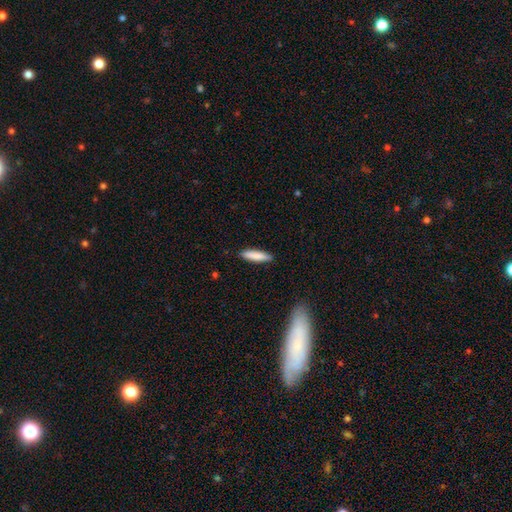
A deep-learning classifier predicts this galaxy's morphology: type=smooth (84%); roundness=cigar-shaped (75%); merging=none (88%).